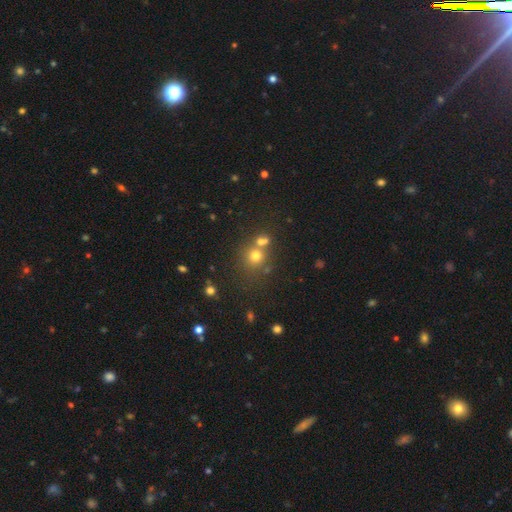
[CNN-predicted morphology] smooth 67%, star or artifact 22%, featured or disk 11%. Down the decision tree: how rounded — round (85%); merging — none (54%).